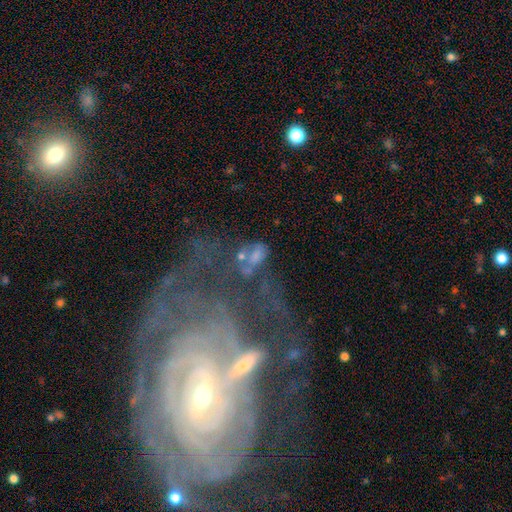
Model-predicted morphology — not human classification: Smooth or featured: smooth — 44% (featured or disk — 35%)
Merging: merger — 29% (none — 27%)